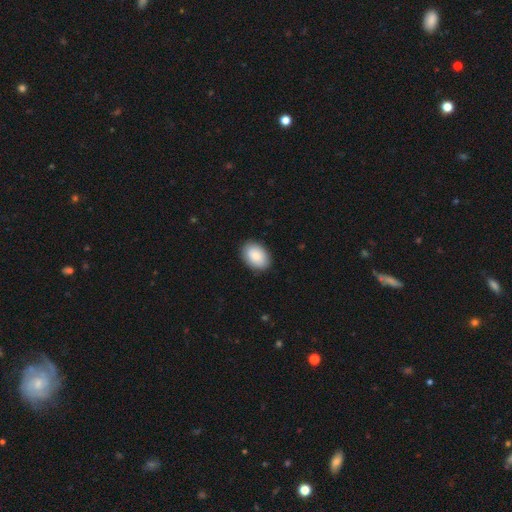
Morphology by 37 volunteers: A smooth galaxy with no disk features (89%) that is in between round and cigar-shaped (88%).

Vote fractions:
- Smooth or featured? smooth: 89% / featured or disk: 8% / star or artifact: 3%
- How rounded? in between: 88% / round: 9% / cigar-shaped: 3%
- Merging? none: 86% / minor disturbance: 14% / major disturbance: 0% / merger: 0%